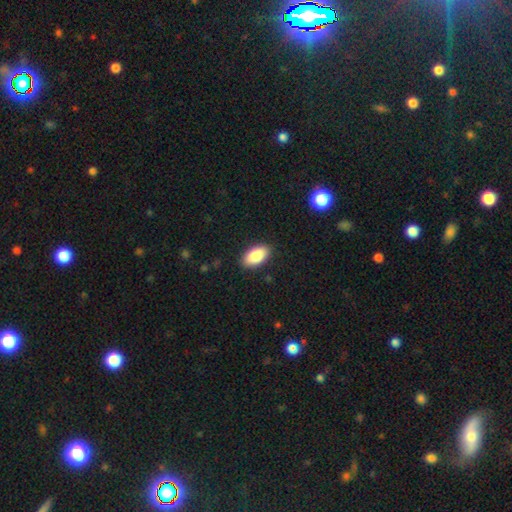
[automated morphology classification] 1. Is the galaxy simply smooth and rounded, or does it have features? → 87% smooth, 7% star or artifact, 6% featured or disk.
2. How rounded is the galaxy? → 94% in between, 3% round, 3% cigar-shaped.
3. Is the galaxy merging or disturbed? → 88% none, 9% minor disturbance, 2% major disturbance, 1% merger.